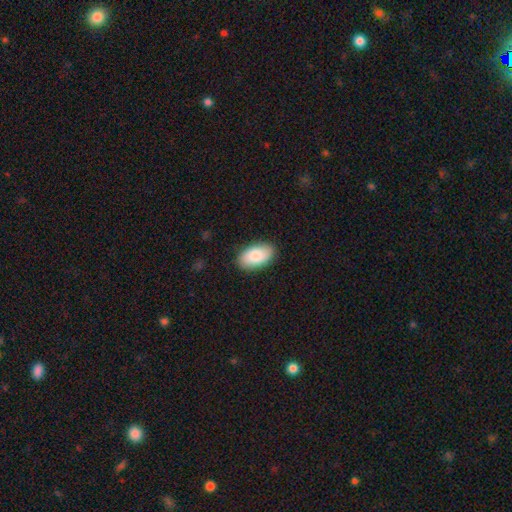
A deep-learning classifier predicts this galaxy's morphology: A smooth galaxy with no disk features (85%) that is in between round and cigar-shaped (95%).

Vote fractions:
- Smooth or featured? smooth: 85% / featured or disk: 10% / star or artifact: 6%
- How rounded? in between: 95% / round: 4% / cigar-shaped: 2%
- Merging? none: 88% / minor disturbance: 9% / major disturbance: 2% / merger: 1%